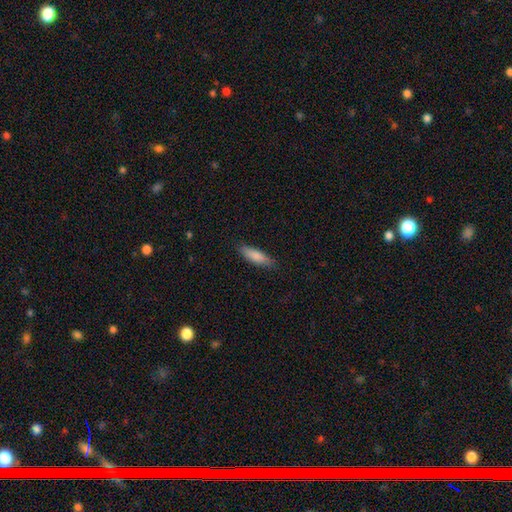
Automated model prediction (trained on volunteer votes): The model was most divided on "how rounded" (2-way tie): cigar-shaped: 49%, in between: 49%, round: 2%. More confident: smooth or featured — smooth (83%); merging — none (82%).